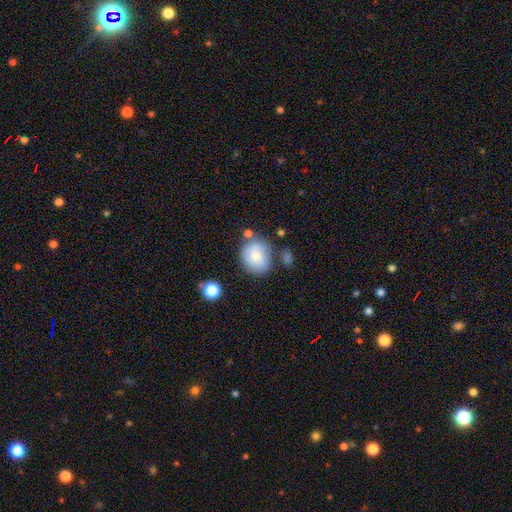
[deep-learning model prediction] Smooth or featured?
  - smooth: 76% *
  - featured or disk: 16%
  - star or artifact: 8%
How rounded?
  - round: 74% *
  - in between: 25%
  - cigar-shaped: 1%
Merging?
  - none: 66% *
  - minor disturbance: 18%
  - merger: 10%
  - major disturbance: 5%